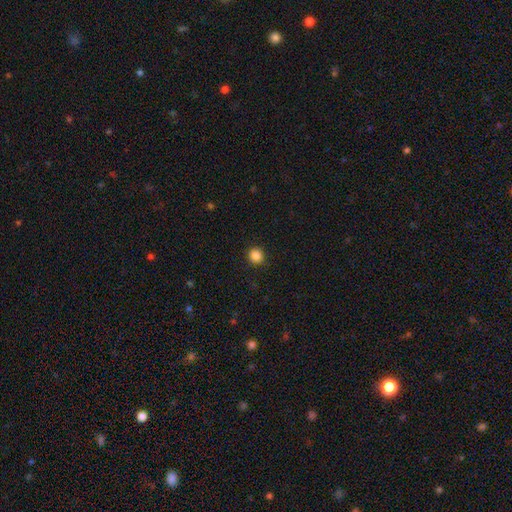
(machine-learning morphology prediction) This is clearly a smooth galaxy (86%). How rounded: clearly round (90%). Merging: clearly none (89%).